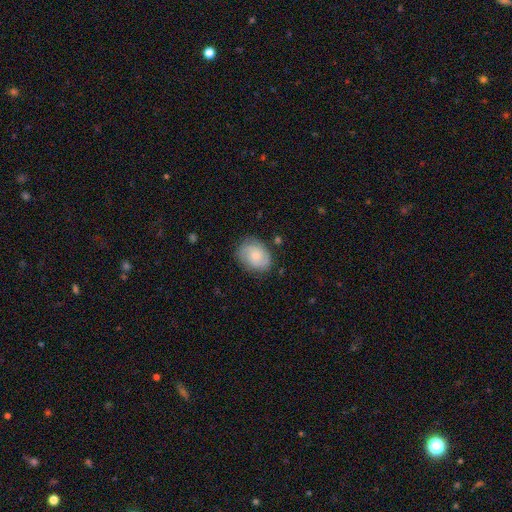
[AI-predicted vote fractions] Smooth or featured: smooth — 50% (featured or disk — 43%)
Merging: none — 75% (minor disturbance — 18%)